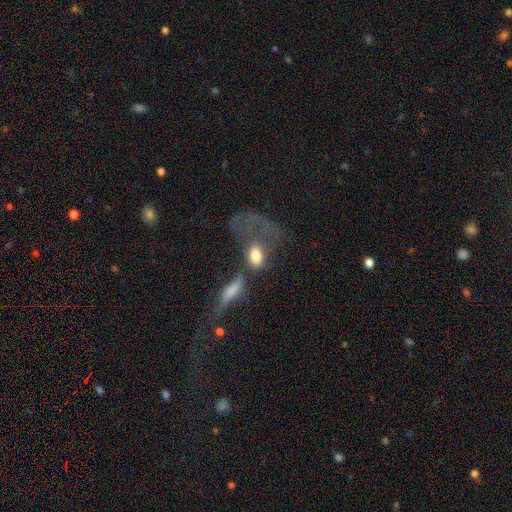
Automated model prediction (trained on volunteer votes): A smooth galaxy with no disk features (67%) that is in between round and cigar-shaped (81%). Merging: major disturbance (39%).